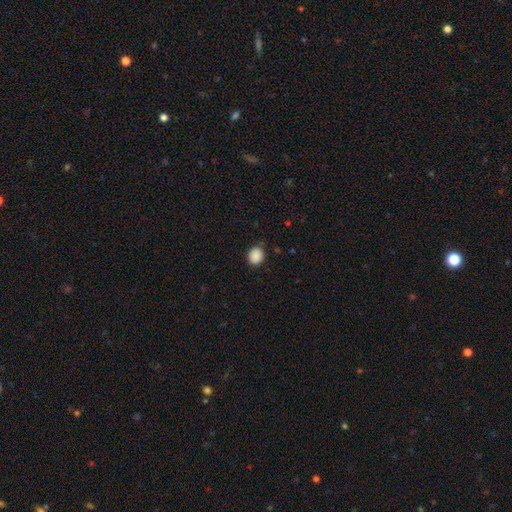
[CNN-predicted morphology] Smooth or featured?
  - smooth: 89% *
  - star or artifact: 8%
  - featured or disk: 3%
How rounded?
  - round: 74% *
  - in between: 25%
  - cigar-shaped: 1%
Merging?
  - none: 85% *
  - minor disturbance: 11%
  - major disturbance: 3%
  - merger: 1%